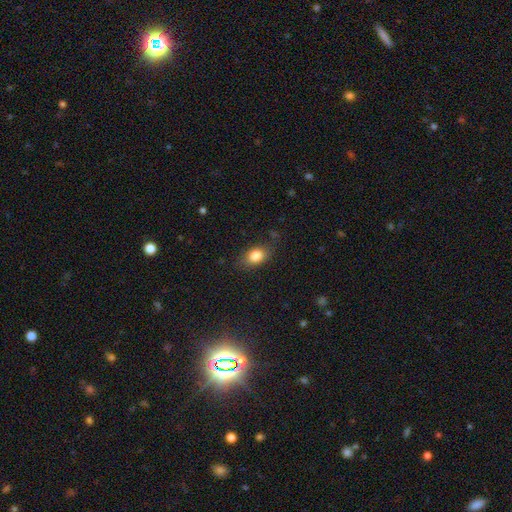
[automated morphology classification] A smooth galaxy with no disk features (83%) that is in between round and cigar-shaped (75%).

Vote fractions:
- Smooth or featured? smooth: 83% / star or artifact: 9% / featured or disk: 8%
- How rounded? in between: 75% / round: 23% / cigar-shaped: 2%
- Merging? none: 78% / minor disturbance: 16% / major disturbance: 4% / merger: 1%